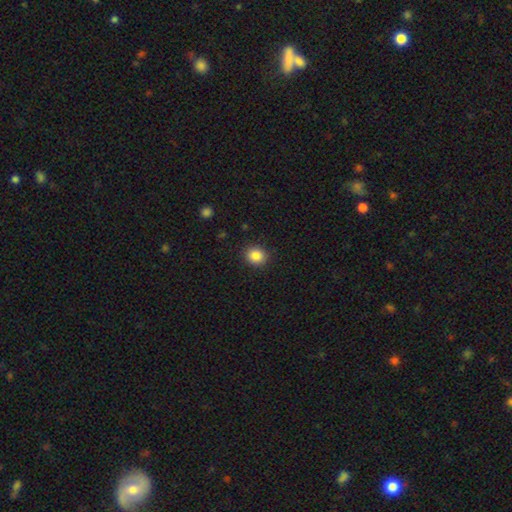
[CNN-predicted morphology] Smooth or featured?
  - smooth: 86% *
  - star or artifact: 10%
  - featured or disk: 4%
How rounded?
  - round: 74% *
  - in between: 25%
  - cigar-shaped: 1%
Merging?
  - none: 90% *
  - minor disturbance: 6%
  - major disturbance: 2%
  - merger: 1%